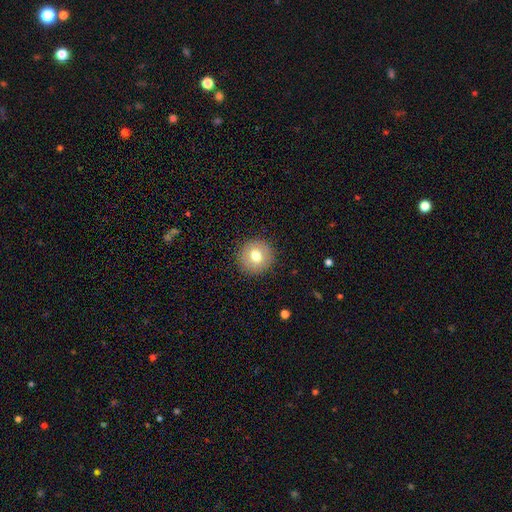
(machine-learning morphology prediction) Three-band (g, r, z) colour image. It shows a smooth galaxy with no disk features (74%) that is round (93%). Merging: none (90%).